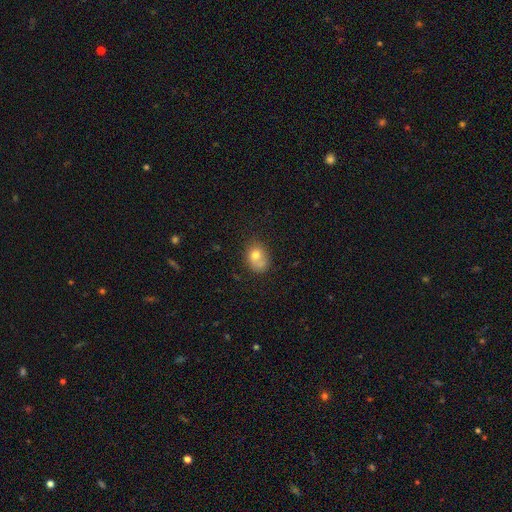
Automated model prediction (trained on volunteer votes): Smooth or featured: smooth — 74% (featured or disk — 16%)
How rounded: in between — 56% (round — 43%)
Merging: none — 43% (merger — 24%)